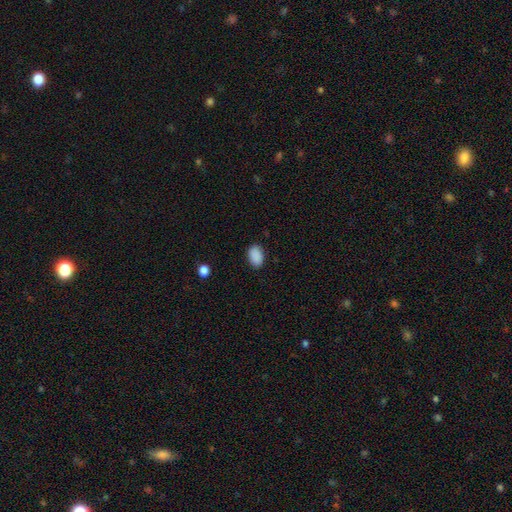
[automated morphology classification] type=smooth (89%); roundness=in between (89%); merging=none (86%).